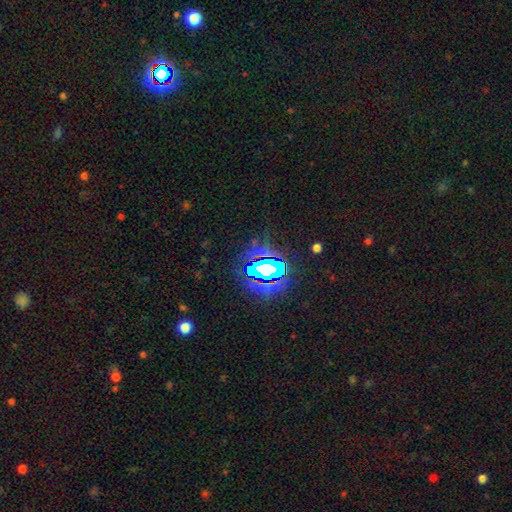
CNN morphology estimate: Q: Smooth or featured?
A: star or artifact (83%); runner-up: smooth (11%)